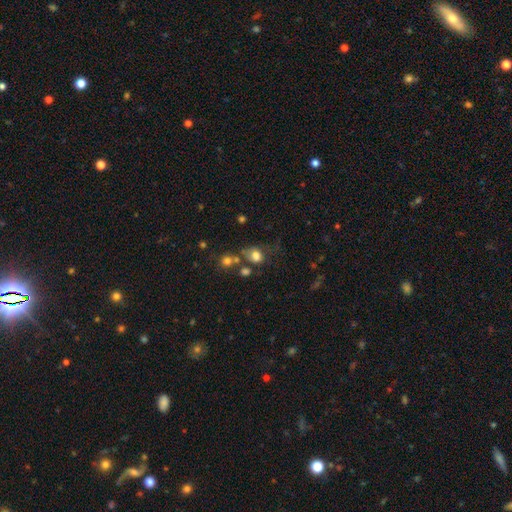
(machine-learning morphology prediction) A smooth galaxy with no disk features (75%) that is round (50%). Merging: none (40%).